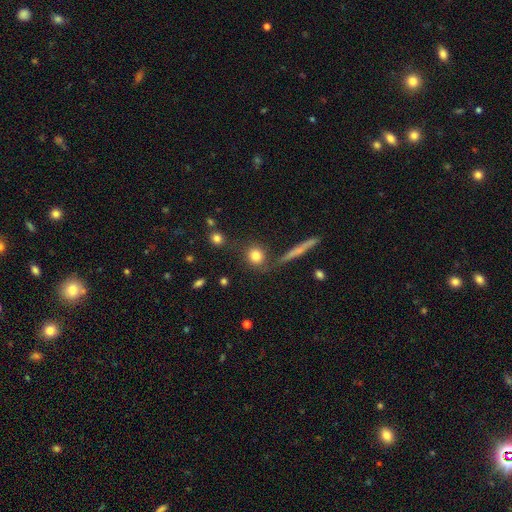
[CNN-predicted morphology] Smooth or featured: smooth — 81% (star or artifact — 10%)
How rounded: round — 82% (in between — 13%)
Merging: none — 79% (minor disturbance — 10%)